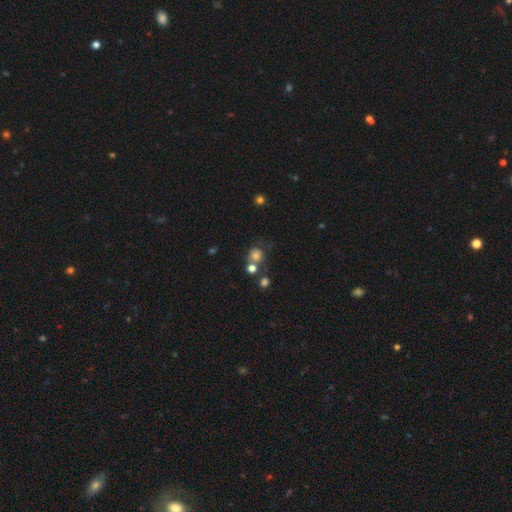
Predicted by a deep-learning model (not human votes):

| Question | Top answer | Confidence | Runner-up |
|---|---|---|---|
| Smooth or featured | smooth | 74% | star or artifact (16%) |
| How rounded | round | 84% | in between (15%) |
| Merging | none | 53% | merger (24%) |